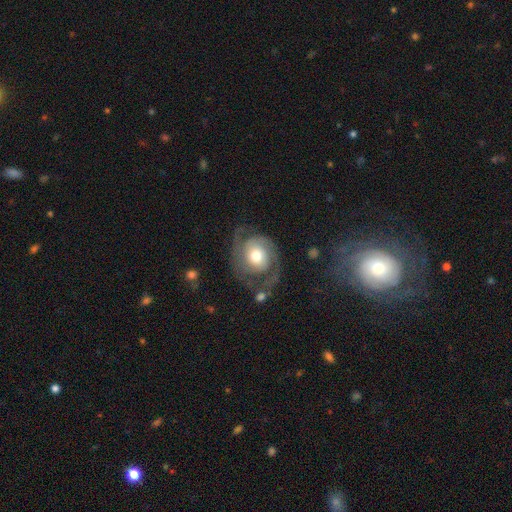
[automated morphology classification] type=featured or disk (74%); edge-on=no (98%); bar=no (76%); spiral arms=yes (91%); winding=medium (43%); arm count=2 (79%); bulge=moderate (67%); merging=none (56%).